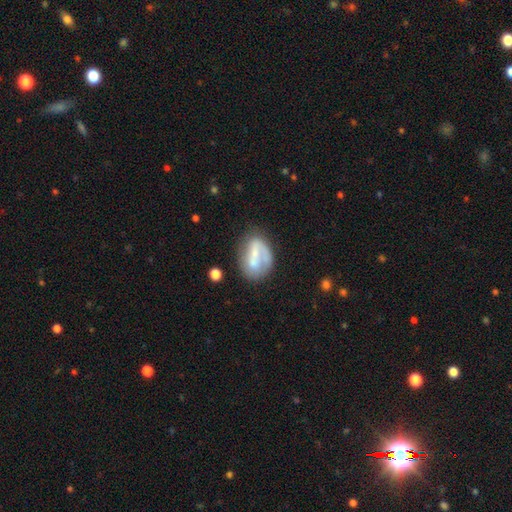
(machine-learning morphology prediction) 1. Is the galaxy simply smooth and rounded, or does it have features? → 48% featured or disk, 45% smooth, 7% star or artifact.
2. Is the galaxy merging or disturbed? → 50% none, 24% minor disturbance, 16% major disturbance, 10% merger.